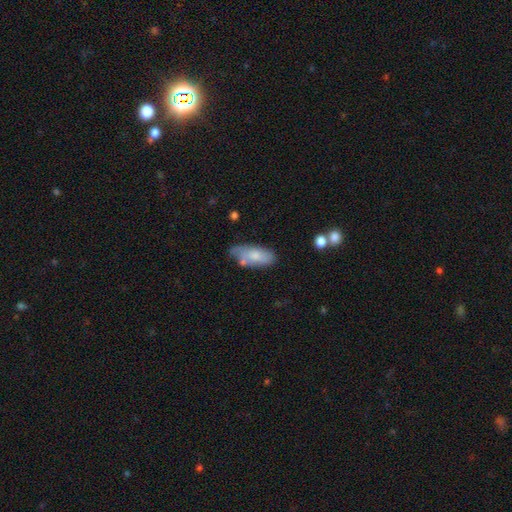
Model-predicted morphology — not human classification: Smooth or featured? Predicted: smooth (p=0.71). How rounded? Predicted: in between (p=0.88). Merging? Predicted: none (p=0.50).